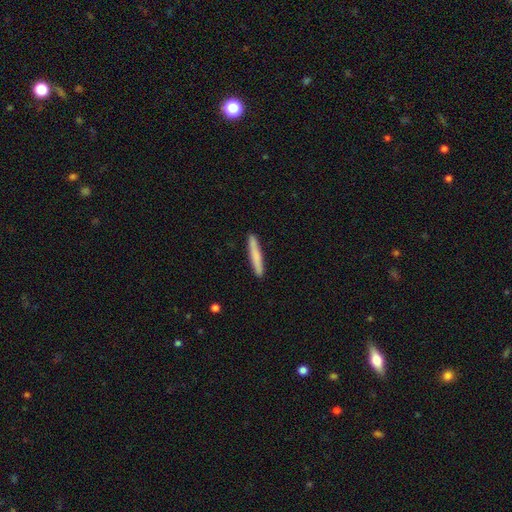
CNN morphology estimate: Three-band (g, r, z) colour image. It shows a smooth galaxy with no disk features (74%) that is cigar-shaped (96%). Merging: none (91%).